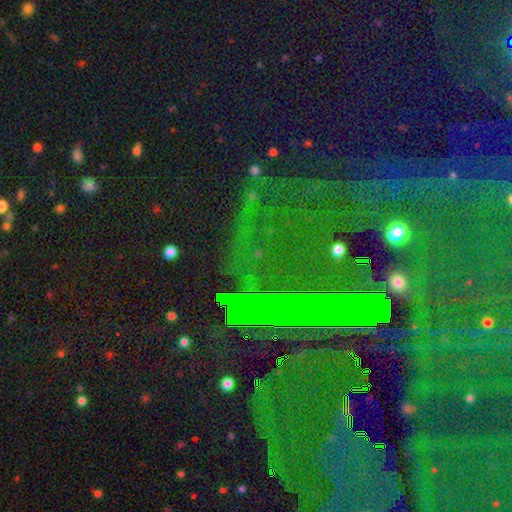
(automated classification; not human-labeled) Morphology: type=star or artifact (83%).